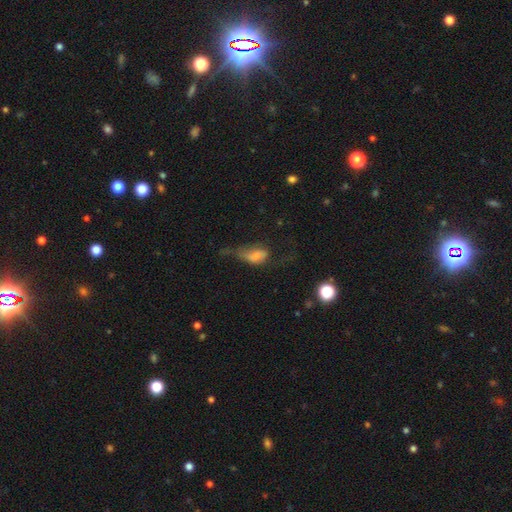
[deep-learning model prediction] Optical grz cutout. It shows a smooth galaxy with no disk features (57%) that is in between round and cigar-shaped (81%). Merging: major disturbance (44%).